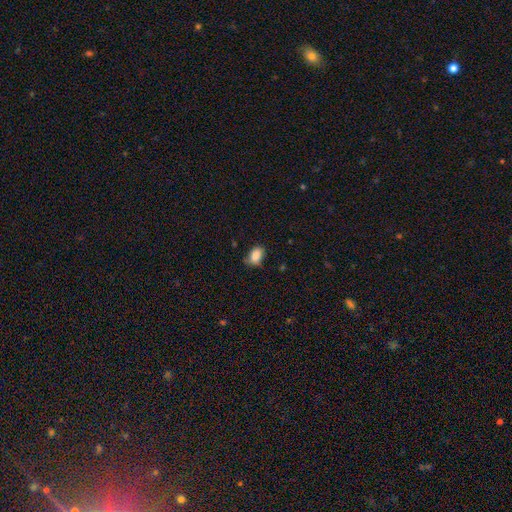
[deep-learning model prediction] Smooth or featured: smooth — 86% (star or artifact — 8%)
How rounded: in between — 80% (round — 19%)
Merging: none — 64% (minor disturbance — 28%)